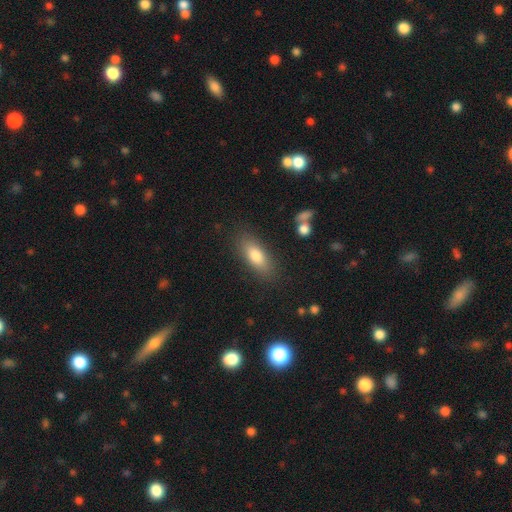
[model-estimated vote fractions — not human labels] Smooth or featured?
  - smooth: 78% *
  - featured or disk: 14%
  - star or artifact: 7%
How rounded?
  - in between: 73% *
  - cigar-shaped: 23%
  - round: 3%
Merging?
  - none: 83% *
  - minor disturbance: 12%
  - major disturbance: 4%
  - merger: 2%